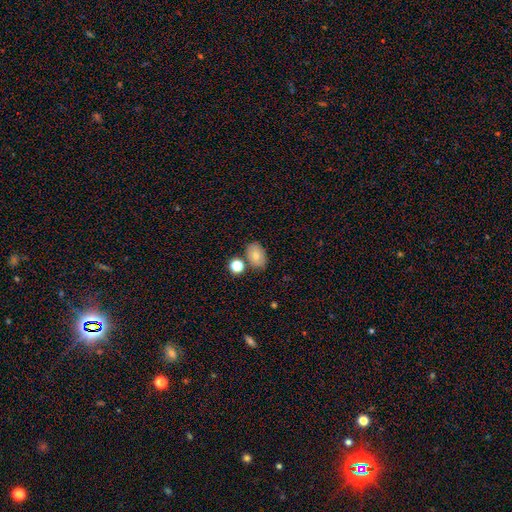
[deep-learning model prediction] smooth 73%, featured or disk 17%, star or artifact 10%. Down the decision tree: how rounded — in between (80%); merging — none (73%).